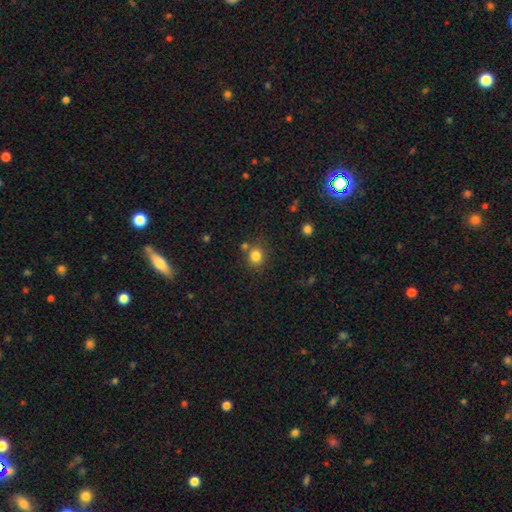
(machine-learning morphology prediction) Q: Smooth or featured?
A: smooth (83%); runner-up: star or artifact (12%)
Q: How rounded?
A: round (76%); runner-up: in between (23%)
Q: Merging?
A: none (73%); runner-up: minor disturbance (12%)